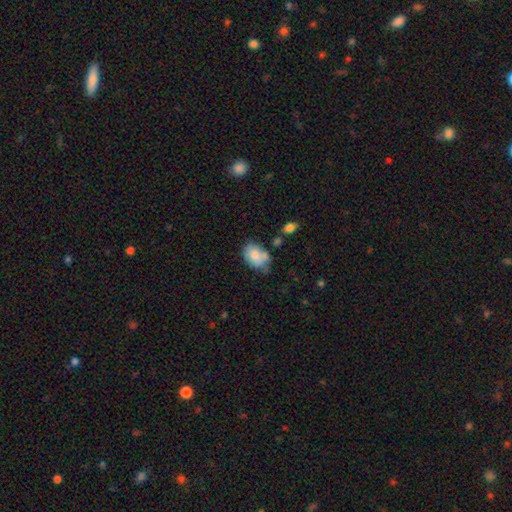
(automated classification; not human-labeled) Smooth or featured: smooth — 77% (featured or disk — 16%)
How rounded: in between — 81% (round — 18%)
Merging: none — 52% (minor disturbance — 27%)